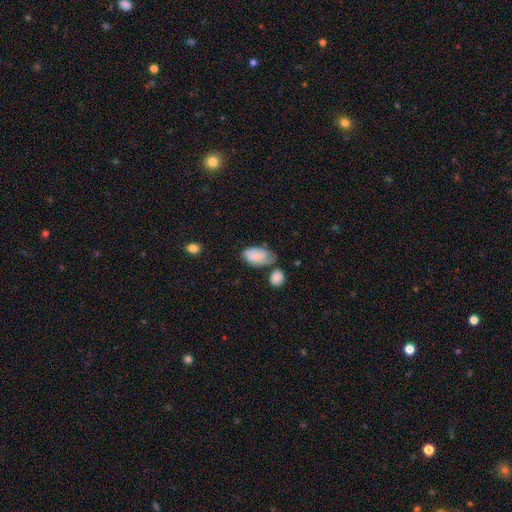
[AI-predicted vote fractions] smooth-or-featured: smooth: 75% | featured or disk: 17% | star or artifact: 8%
  how-rounded: in between: 93% | round: 5% | cigar-shaped: 2%
  merging: none: 37% | minor disturbance: 33% | merger: 17% | major disturbance: 13%